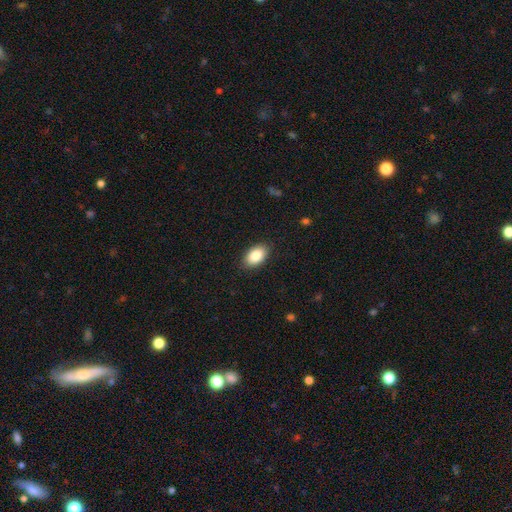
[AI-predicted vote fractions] Q: Smooth or featured?
A: smooth (87%); runner-up: star or artifact (7%)
Q: How rounded?
A: in between (93%); runner-up: round (6%)
Q: Merging?
A: none (88%); runner-up: minor disturbance (9%)